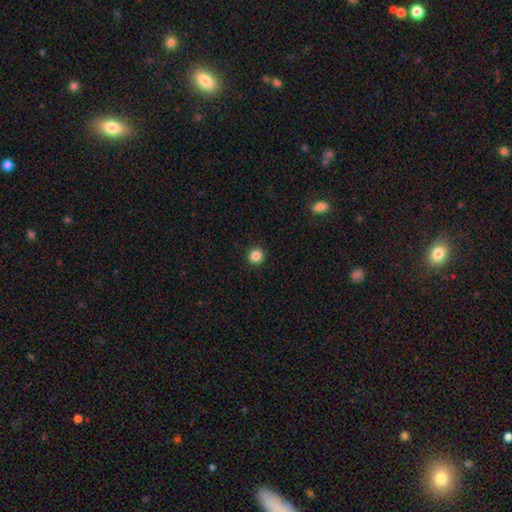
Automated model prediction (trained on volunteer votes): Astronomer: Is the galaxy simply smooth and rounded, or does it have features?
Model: smooth — 85%.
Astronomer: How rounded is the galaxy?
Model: round — 95%.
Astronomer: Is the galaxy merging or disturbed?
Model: none — 93%.